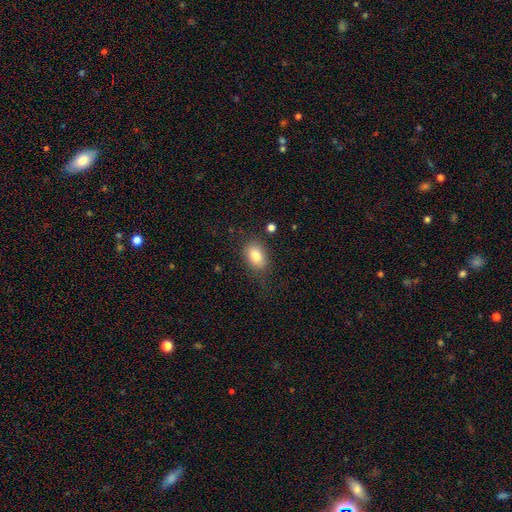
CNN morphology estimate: A smooth galaxy with no disk features (82%) that is in between round and cigar-shaped (79%). Merging: none (78%).